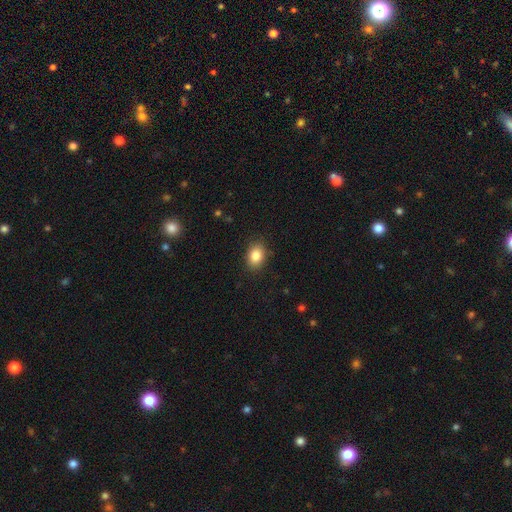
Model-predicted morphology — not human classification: Smooth or featured: smooth — 86% (star or artifact — 9%)
How rounded: in between — 75% (round — 24%)
Merging: none — 87% (minor disturbance — 10%)